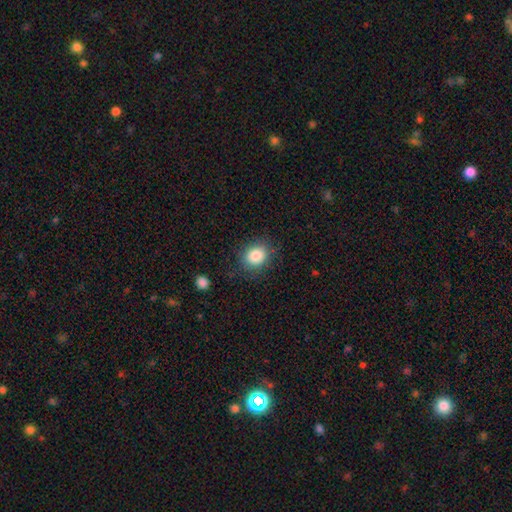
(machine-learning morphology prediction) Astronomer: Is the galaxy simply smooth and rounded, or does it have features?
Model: smooth — 85%.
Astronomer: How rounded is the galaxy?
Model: round — 66%.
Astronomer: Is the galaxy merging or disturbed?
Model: none — 83%.